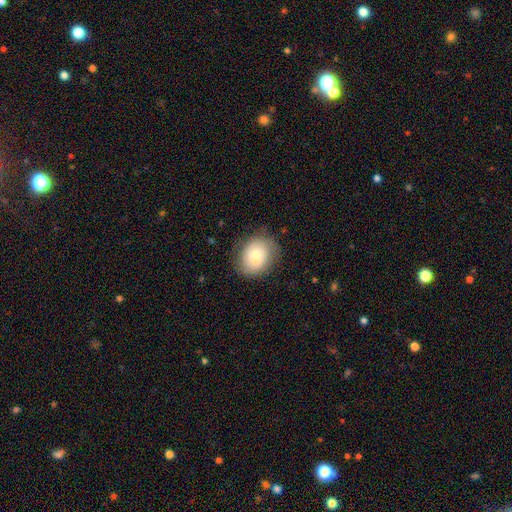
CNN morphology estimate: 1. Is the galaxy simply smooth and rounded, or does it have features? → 71% smooth, 21% featured or disk, 8% star or artifact.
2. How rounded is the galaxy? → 55% round, 44% in between, 1% cigar-shaped.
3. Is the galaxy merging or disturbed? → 74% none, 18% minor disturbance, 6% major disturbance, 2% merger.